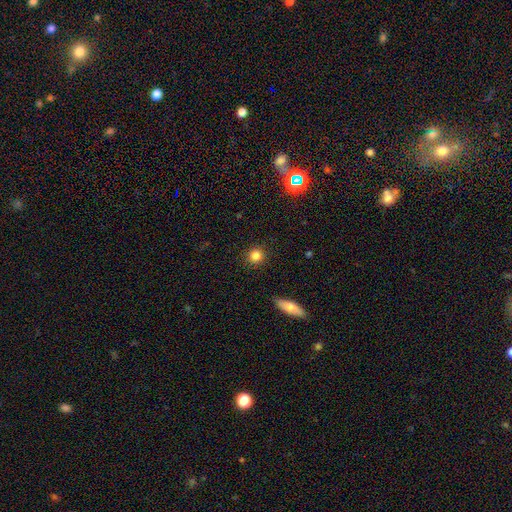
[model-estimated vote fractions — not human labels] Overall: smooth (83%). How rounded: round (92%). Merging: none (91%).